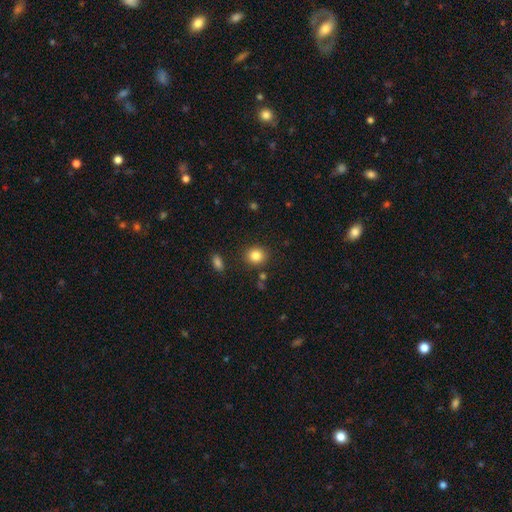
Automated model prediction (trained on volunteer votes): A smooth galaxy with no disk features (85%) that is round (80%).

Vote fractions:
- Smooth or featured? smooth: 85% / star or artifact: 10% / featured or disk: 5%
- How rounded? round: 80% / in between: 19% / cigar-shaped: 1%
- Merging? none: 86% / minor disturbance: 8% / merger: 3% / major disturbance: 3%